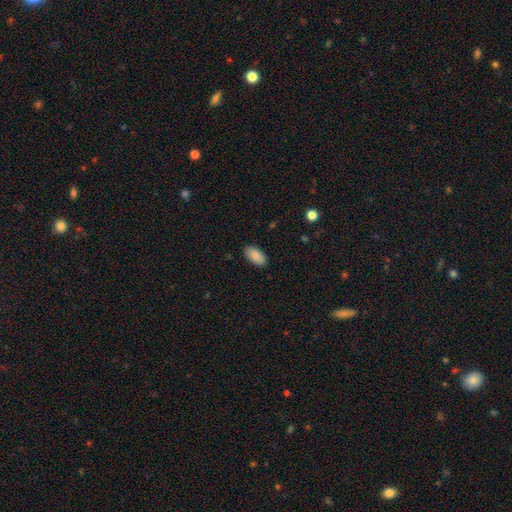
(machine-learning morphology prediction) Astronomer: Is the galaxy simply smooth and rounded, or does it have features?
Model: smooth — 88%.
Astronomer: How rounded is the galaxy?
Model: in between — 94%.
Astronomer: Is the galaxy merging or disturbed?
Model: none — 87%.